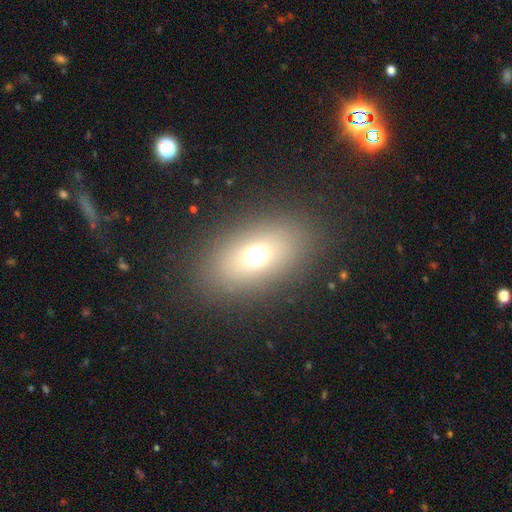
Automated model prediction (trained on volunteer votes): Smooth or featured?
  - smooth: 66% *
  - star or artifact: 17%
  - featured or disk: 17%
How rounded?
  - in between: 79% *
  - round: 18%
  - cigar-shaped: 3%
Merging?
  - none: 84% *
  - minor disturbance: 8%
  - major disturbance: 6%
  - merger: 1%